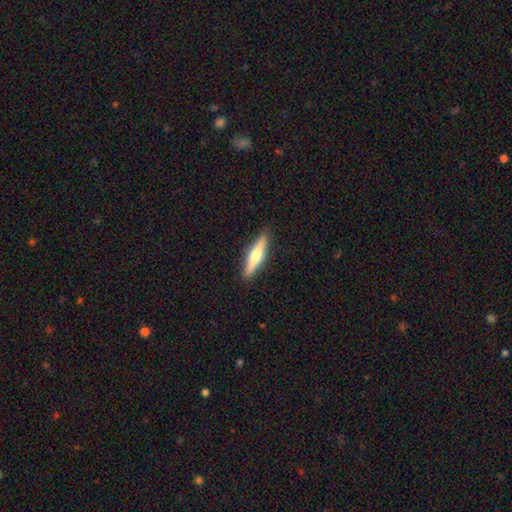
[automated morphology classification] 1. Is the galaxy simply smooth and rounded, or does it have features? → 53% featured or disk, 42% smooth, 6% star or artifact.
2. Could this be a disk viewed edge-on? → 96% yes, 4% no.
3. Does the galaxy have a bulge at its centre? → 87% rounded, 7% none, 6% boxy.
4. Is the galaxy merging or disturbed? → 91% none, 7% minor disturbance, 2% major disturbance, 1% merger.